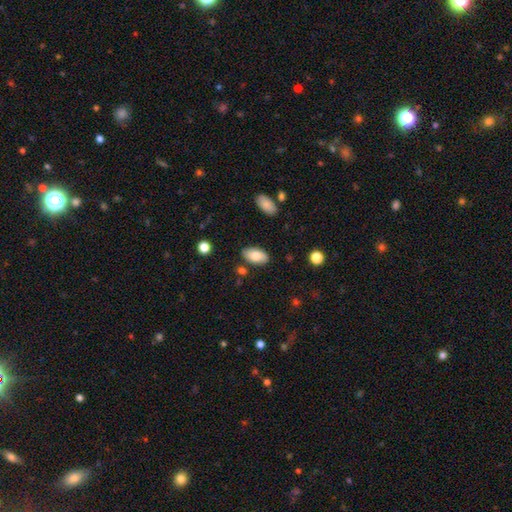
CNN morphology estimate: type=smooth (80%); roundness=in between (95%); merging=none (82%).